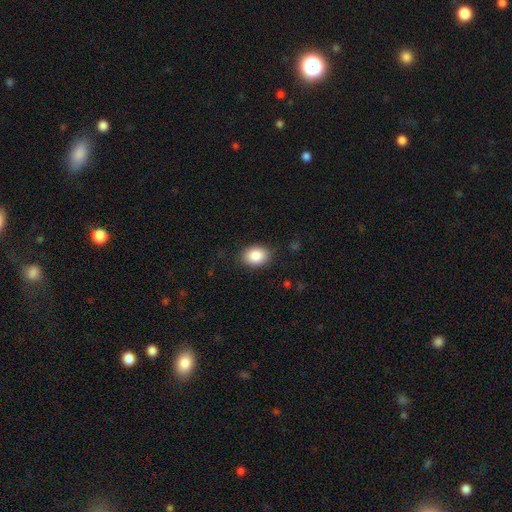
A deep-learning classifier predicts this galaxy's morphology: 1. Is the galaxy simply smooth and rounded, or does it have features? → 87% smooth, 8% star or artifact, 5% featured or disk.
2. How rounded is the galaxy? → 62% in between, 37% round, 1% cigar-shaped.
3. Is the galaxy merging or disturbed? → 84% none, 11% minor disturbance, 3% major disturbance, 1% merger.